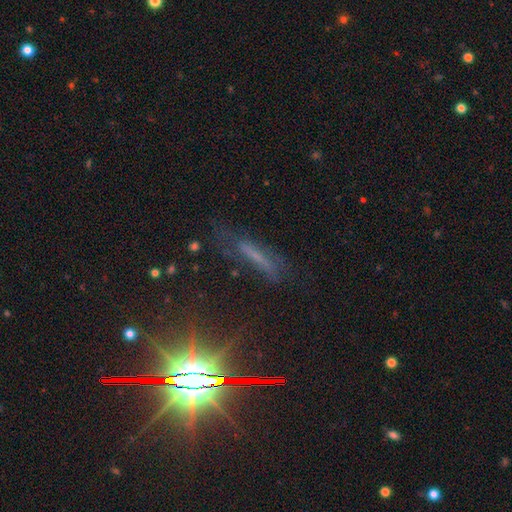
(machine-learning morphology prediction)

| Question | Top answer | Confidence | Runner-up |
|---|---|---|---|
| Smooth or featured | smooth | 34% | featured or disk (33%) |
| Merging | none | 64% | minor disturbance (22%) |